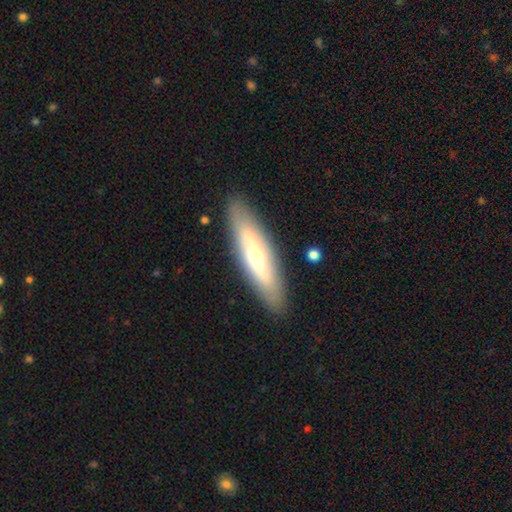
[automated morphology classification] This is possibly a featured or disk galaxy (47%, tied with smooth). Merging: clearly none (88%).